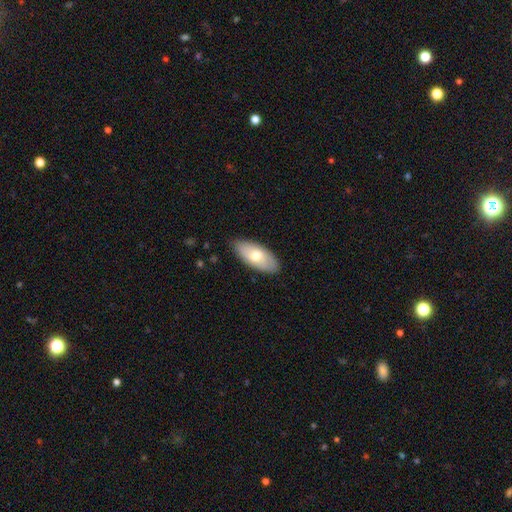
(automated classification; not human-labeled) The model was most divided on "smooth or featured": smooth: 65%, featured or disk: 30%, star or artifact: 6%. More confident: how rounded — in between (89%); merging — none (84%).